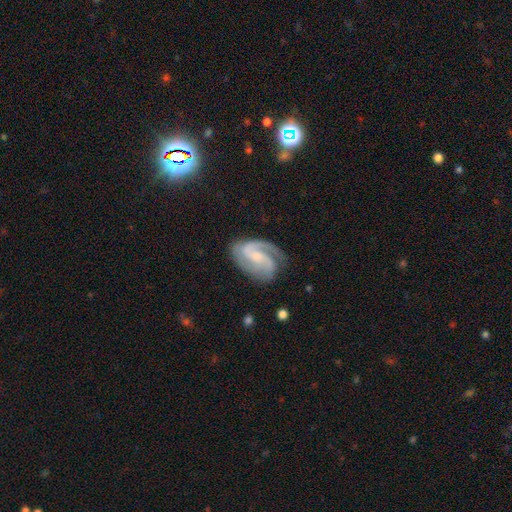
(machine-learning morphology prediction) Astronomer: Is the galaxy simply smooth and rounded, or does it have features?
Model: featured or disk — 87%.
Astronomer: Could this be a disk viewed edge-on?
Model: no — 97%.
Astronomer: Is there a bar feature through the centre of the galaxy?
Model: weak — 43% (runner-up: no, 39%).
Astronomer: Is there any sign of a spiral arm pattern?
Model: yes — 97%.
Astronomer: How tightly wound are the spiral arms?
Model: medium — 50% (runner-up: tight, 35%).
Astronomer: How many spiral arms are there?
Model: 2 — 72%.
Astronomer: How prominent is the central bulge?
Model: small — 49% (runner-up: moderate, 26%).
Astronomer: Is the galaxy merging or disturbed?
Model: none — 69%.